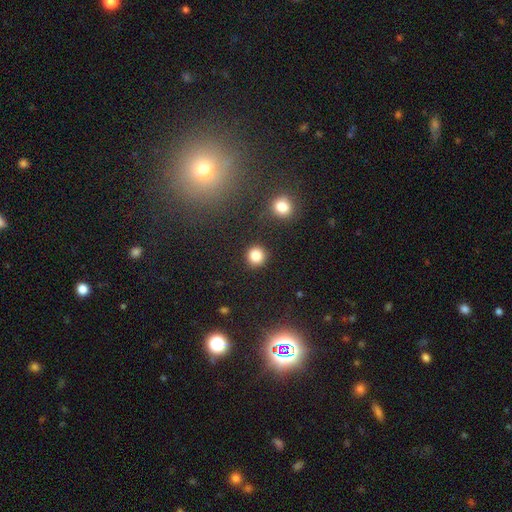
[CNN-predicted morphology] This is clearly a smooth galaxy (83%). How rounded: clearly round (92%). Merging: clearly none (89%).